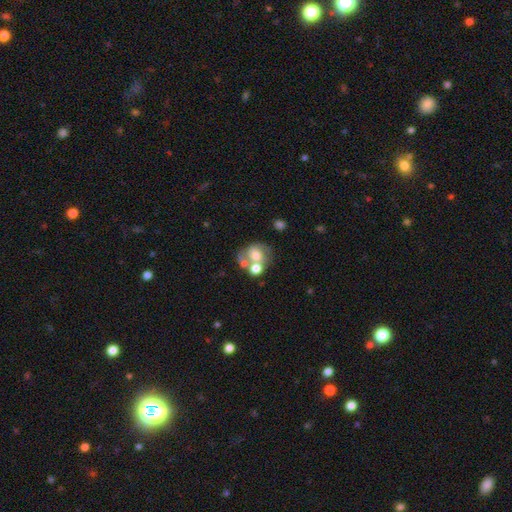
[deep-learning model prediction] A smooth galaxy with no disk features (53%) that is round (66%). Merging: merger (49%).